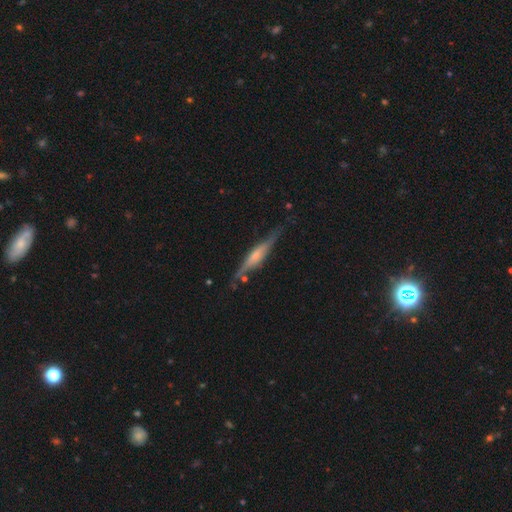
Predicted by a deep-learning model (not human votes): Overall: featured or disk (69%). Edge-on disk: yes (96%). Edge-on bulge: rounded (57%; boxy 29%). Merging: none (78%).